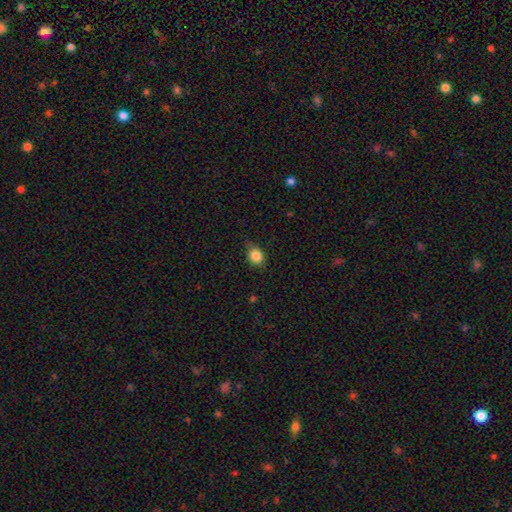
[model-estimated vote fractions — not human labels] Smooth or featured? Predicted: smooth (p=0.85). How rounded? Predicted: in between (p=0.49, tied with round). Merging? Predicted: none (p=0.75).